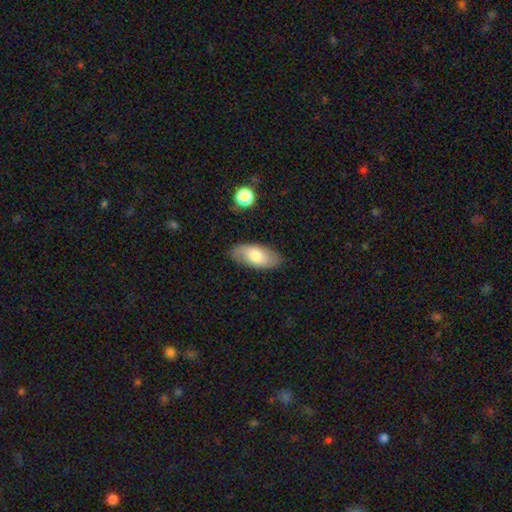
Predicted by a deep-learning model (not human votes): Smooth or featured: smooth — 67% (featured or disk — 26%)
How rounded: in between — 91% (cigar-shaped — 7%)
Merging: none — 82% (minor disturbance — 14%)